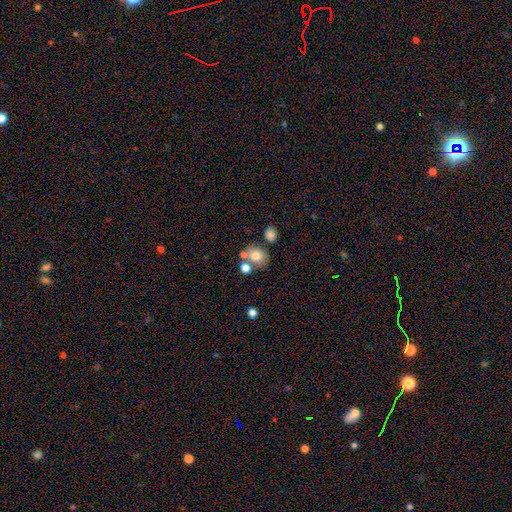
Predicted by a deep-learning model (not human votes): smooth 75%, featured or disk 14%, star or artifact 11%. Down the decision tree: how rounded — round (61%); merging — none (54%).